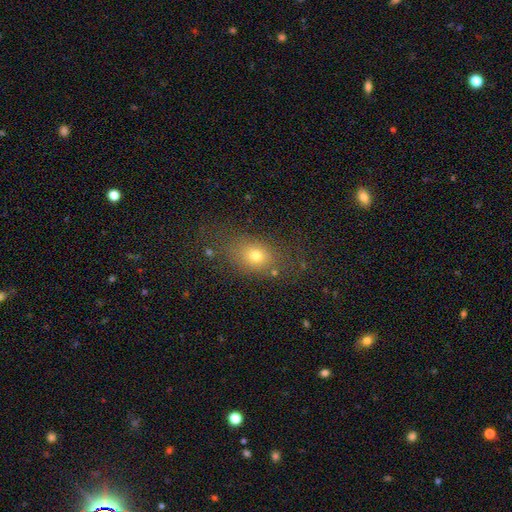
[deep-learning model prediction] Smooth or featured: smooth — 71% (star or artifact — 15%)
How rounded: in between — 66% (round — 31%)
Merging: none — 70% (minor disturbance — 17%)